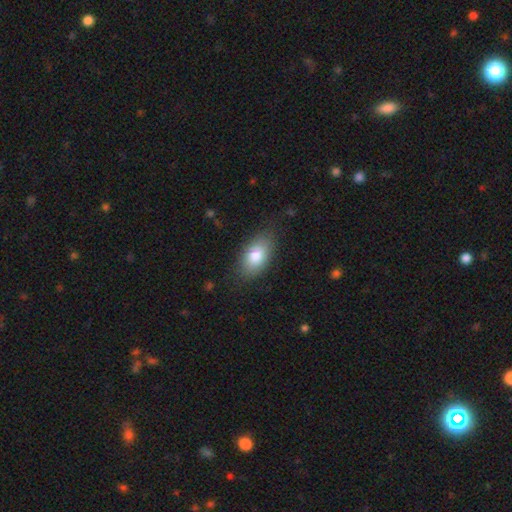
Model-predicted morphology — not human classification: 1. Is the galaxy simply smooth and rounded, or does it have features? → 81% smooth, 12% featured or disk, 7% star or artifact.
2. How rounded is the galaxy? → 92% in between, 5% round, 3% cigar-shaped.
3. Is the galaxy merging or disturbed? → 79% none, 15% minor disturbance, 4% major disturbance, 1% merger.